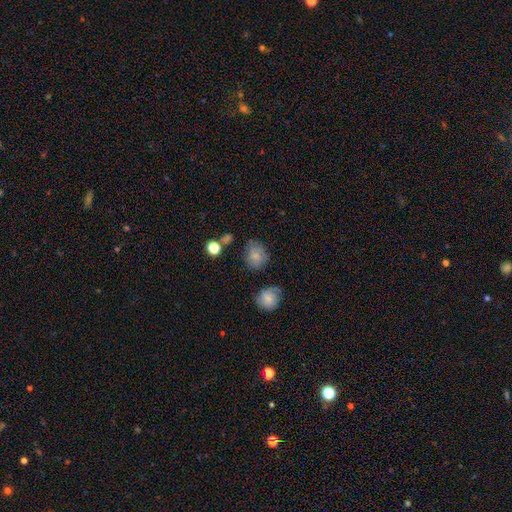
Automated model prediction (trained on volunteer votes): Morphology: type=smooth (78%); roundness=round (67%); merging=none (64%).